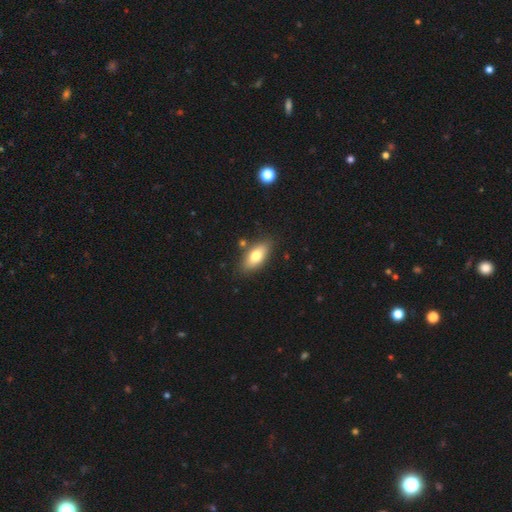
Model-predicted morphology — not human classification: Smooth or featured? Predicted: smooth (p=0.75). How rounded? Predicted: in between (p=0.86). Merging? Predicted: none (p=0.82).